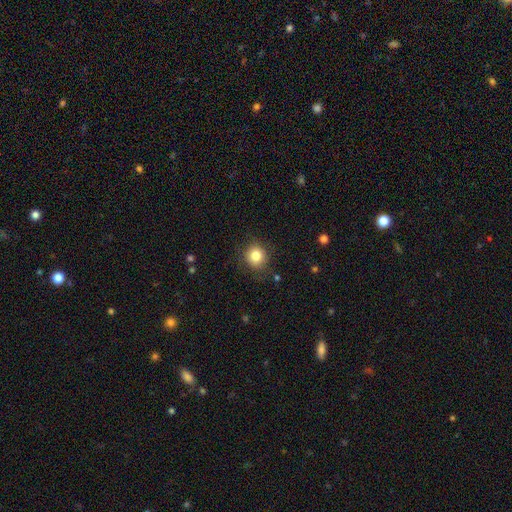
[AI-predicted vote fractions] This appears to be a smooth galaxy with no disk features (83%) that is round (88%). Merging: none (85%).